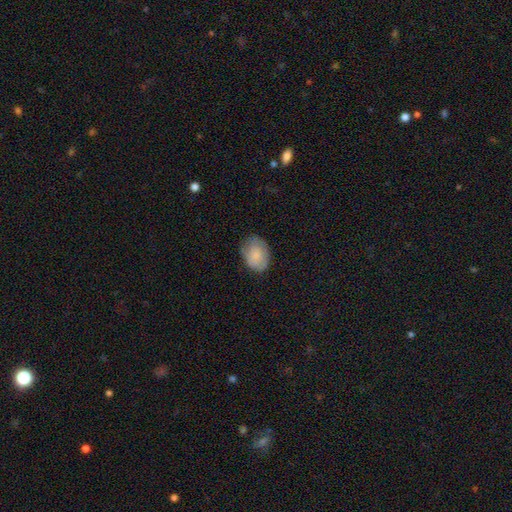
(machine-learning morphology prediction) Smooth or featured? smooth (80%)
How rounded? in between (74%)
Merging? none (73%)